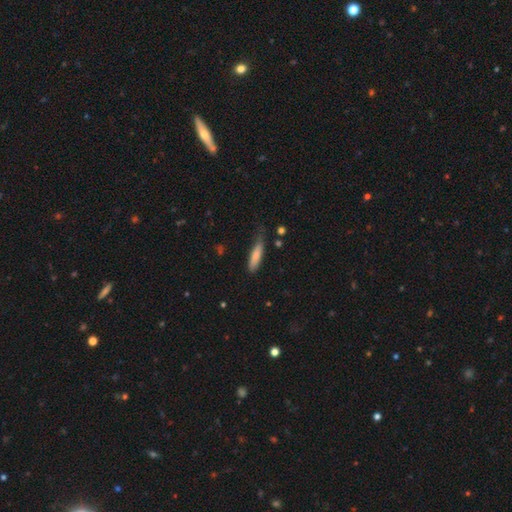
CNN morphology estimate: This is clearly a smooth galaxy (81%). How rounded: likely cigar-shaped (72%). Merging: possibly none (50%).